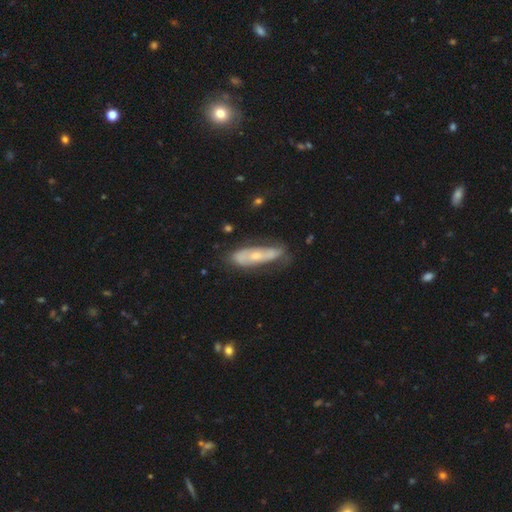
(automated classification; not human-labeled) Smooth or featured: featured or disk — 61% (smooth — 31%)
Edge-on disk: no — 68% (yes — 32%)
Merging: none — 63% (minor disturbance — 25%)